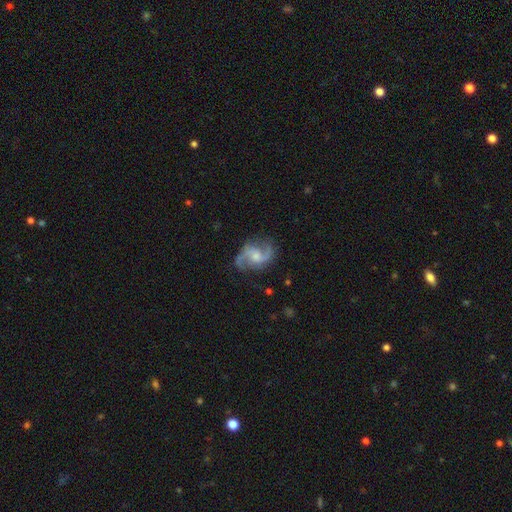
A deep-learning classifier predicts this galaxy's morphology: Overall: featured or disk (89%). Edge-on disk: no (98%). Bar: no (50%; weak 42%). Spiral arms: yes (97%). Spiral arm count: 2 (89%). Spiral winding: medium (48%; loose 43%). Bulge size: moderate (45%; small 36%). Merging: none (75%).